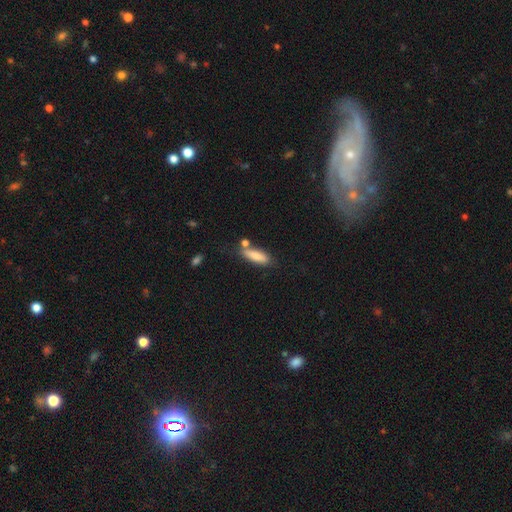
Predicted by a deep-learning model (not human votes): Smooth or featured? Predicted: smooth (p=0.81). How rounded? Predicted: cigar-shaped (p=0.55). Merging? Predicted: none (p=0.66).